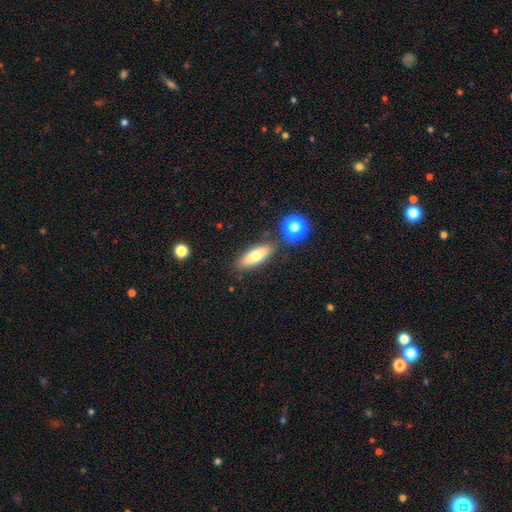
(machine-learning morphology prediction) Smooth or featured? Predicted: smooth (p=0.71). How rounded? Predicted: in between (p=0.61). Merging? Predicted: none (p=0.82).